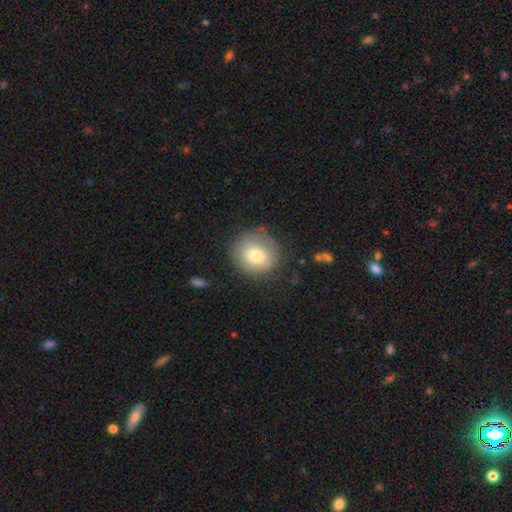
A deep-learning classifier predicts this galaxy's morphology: Smooth or featured? Predicted: smooth (p=0.77). How rounded? Predicted: round (p=0.89). Merging? Predicted: none (p=0.76).